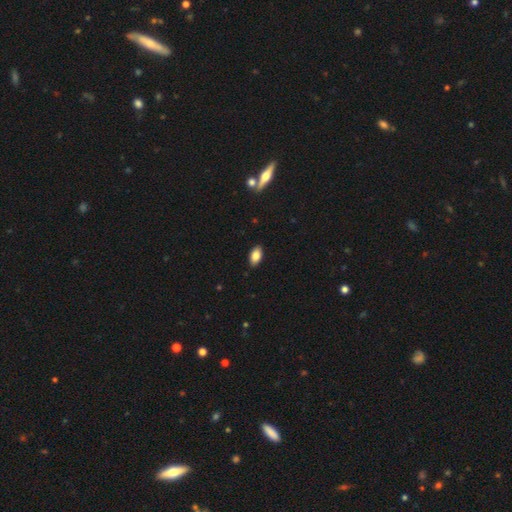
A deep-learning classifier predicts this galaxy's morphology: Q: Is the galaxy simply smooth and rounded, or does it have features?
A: smooth — 85%.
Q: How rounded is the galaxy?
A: in between — 93%.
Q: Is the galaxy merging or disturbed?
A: none — 89%.